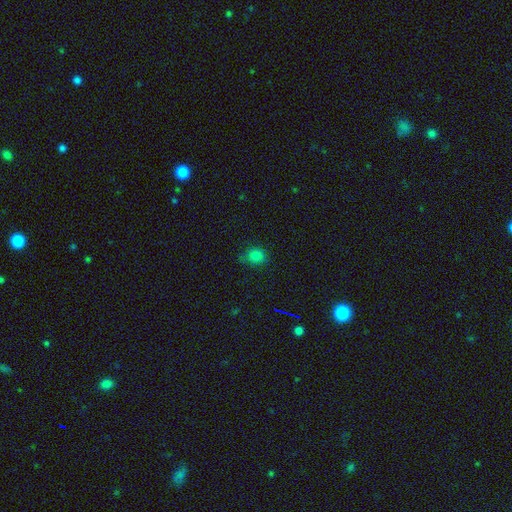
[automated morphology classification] Overall: smooth (78%). How rounded: round (70%). Merging: none (71%).